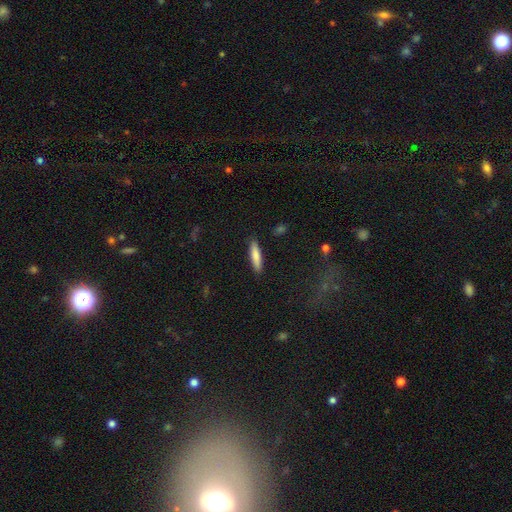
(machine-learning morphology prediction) This appears to be a smooth galaxy with no disk features (81%) that is cigar-shaped (82%). Merging: none (90%).